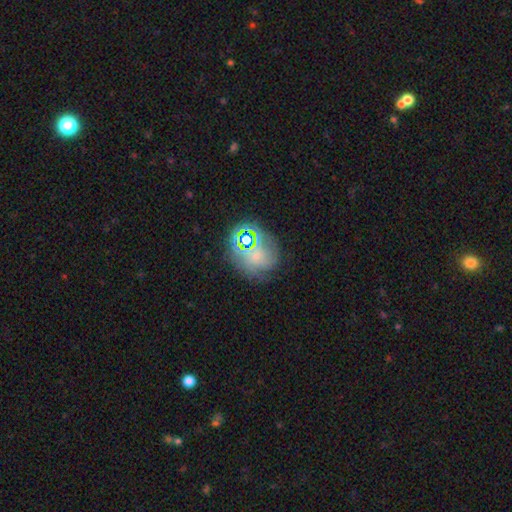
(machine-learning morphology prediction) Overall: featured or disk (37%; smooth 35%). Merging: none (63%).